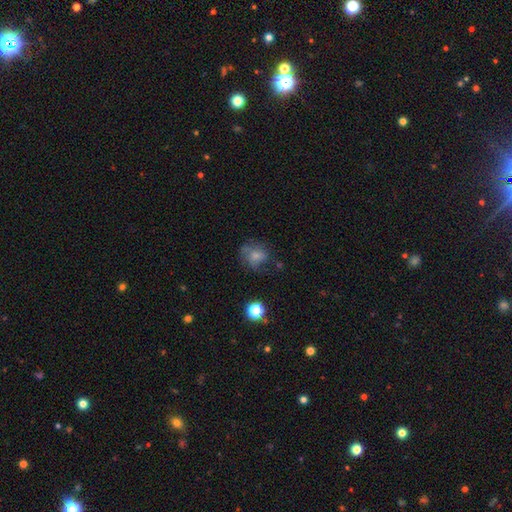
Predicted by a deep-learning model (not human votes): This is possibly a smooth galaxy (57%). How rounded: likely round (67%). Merging: possibly none (50%).